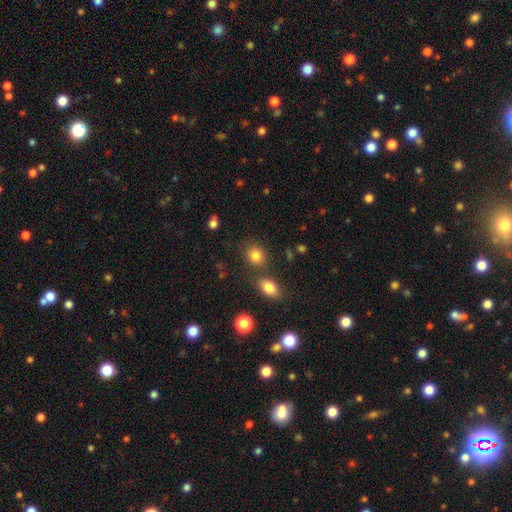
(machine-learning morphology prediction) Smooth or featured: smooth — 83% (star or artifact — 11%)
How rounded: round — 64% (in between — 35%)
Merging: none — 73% (merger — 12%)